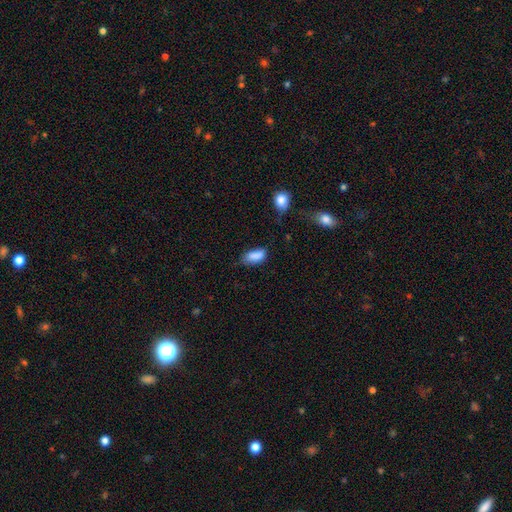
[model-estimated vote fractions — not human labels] smooth 86%, star or artifact 8%, featured or disk 6%. Down the decision tree: how rounded — in between (89%); merging — none (55%).